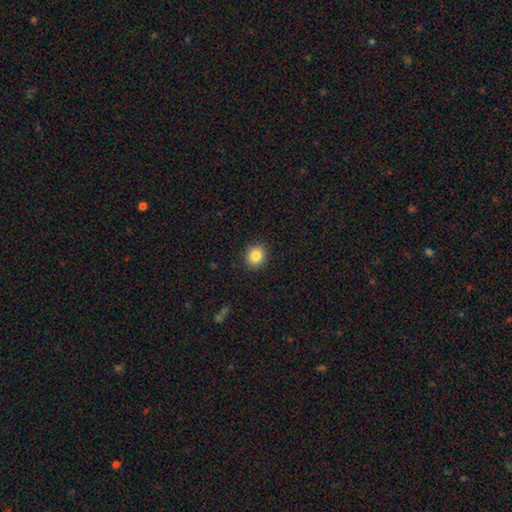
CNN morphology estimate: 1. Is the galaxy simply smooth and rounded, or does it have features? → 84% smooth, 10% star or artifact, 6% featured or disk.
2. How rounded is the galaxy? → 78% round, 21% in between, 1% cigar-shaped.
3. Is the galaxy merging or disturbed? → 90% none, 7% minor disturbance, 2% major disturbance, 1% merger.